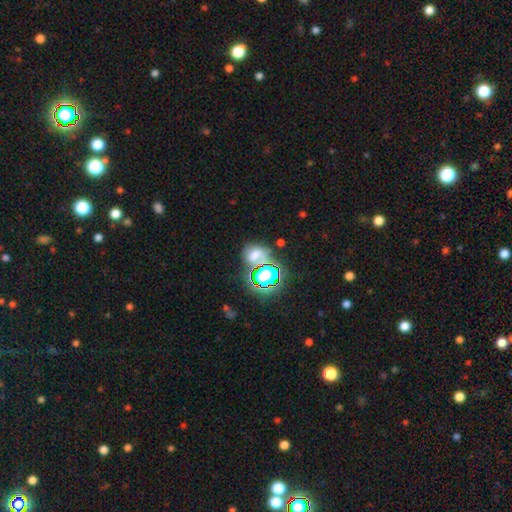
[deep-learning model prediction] This is possibly a smooth galaxy (46%). Merging: possibly none (48%).